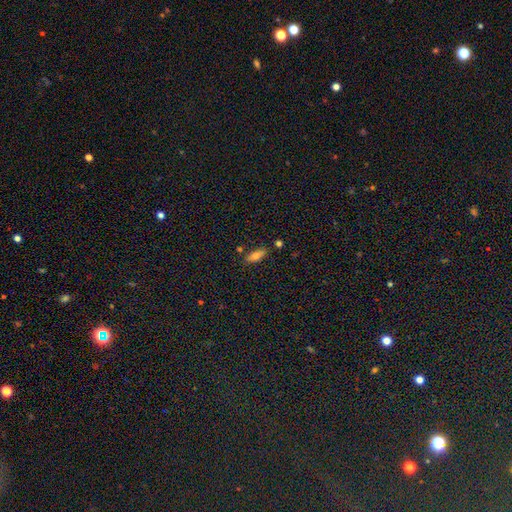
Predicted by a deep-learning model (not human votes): Smooth or featured? smooth (75%)
How rounded? in between (68%)
Merging? none (77%)